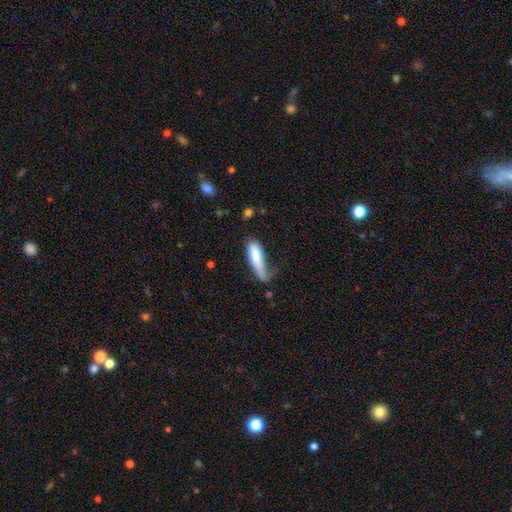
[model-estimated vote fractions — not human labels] Smooth or featured?
  - smooth: 74% *
  - featured or disk: 20%
  - star or artifact: 6%
How rounded?
  - cigar-shaped: 52% *
  - in between: 46%
  - round: 2%
Merging?
  - major disturbance: 32% *
  - minor disturbance: 31%
  - none: 29%
  - merger: 8%